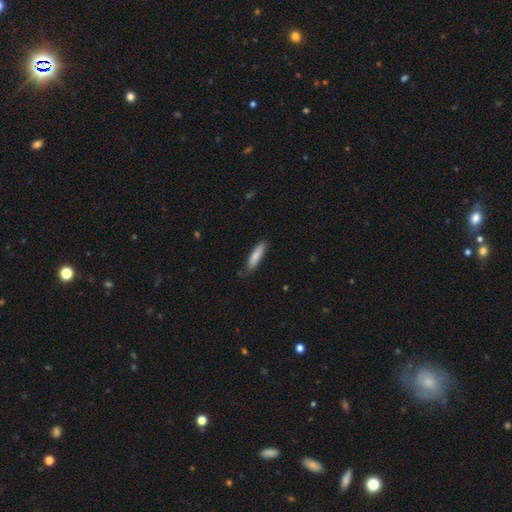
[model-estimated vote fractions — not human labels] A smooth galaxy with no disk features (82%) that is cigar-shaped (76%).

Vote fractions:
- Smooth or featured? smooth: 82% / featured or disk: 12% / star or artifact: 6%
- How rounded? cigar-shaped: 76% / in between: 23% / round: 1%
- Merging? none: 75% / minor disturbance: 20% / major disturbance: 3% / merger: 2%